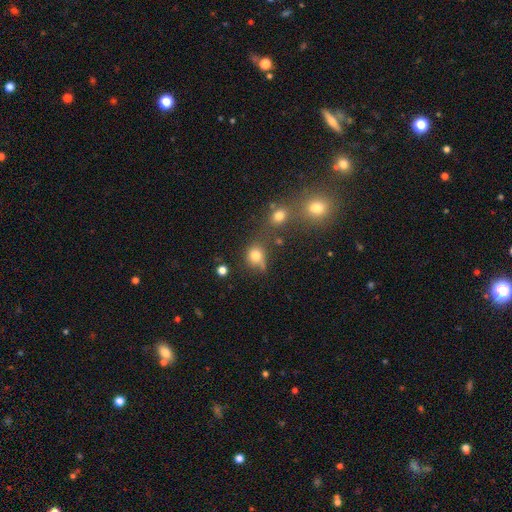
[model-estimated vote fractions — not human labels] Overall: smooth (77%). How rounded: round (74%). Merging: none (50%; minor disturbance 22%).